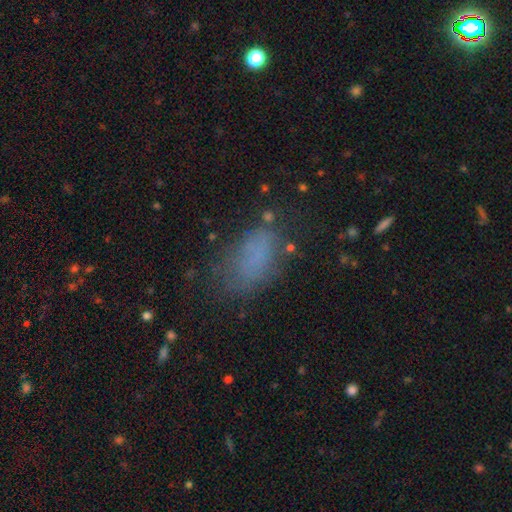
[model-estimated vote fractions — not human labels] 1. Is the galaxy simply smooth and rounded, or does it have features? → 71% smooth, 17% star or artifact, 12% featured or disk.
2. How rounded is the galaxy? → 89% in between, 7% round, 3% cigar-shaped.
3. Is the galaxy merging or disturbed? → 60% none, 23% minor disturbance, 15% major disturbance, 3% merger.